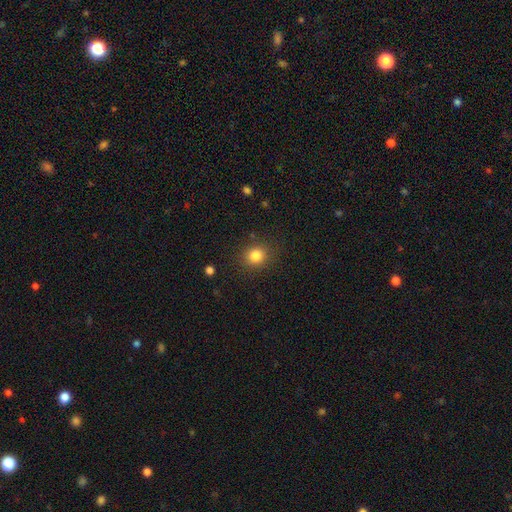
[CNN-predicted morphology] Smooth or featured: smooth — 83% (star or artifact — 12%)
How rounded: round — 82% (in between — 17%)
Merging: none — 86% (minor disturbance — 9%)